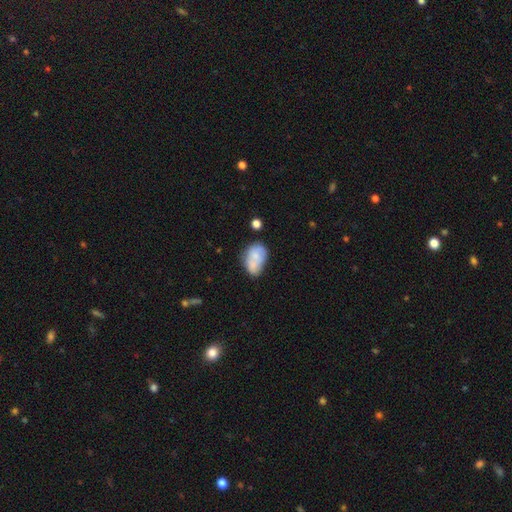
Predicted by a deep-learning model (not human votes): Smooth or featured?
  - smooth: 66% *
  - featured or disk: 26%
  - star or artifact: 7%
How rounded?
  - in between: 85% *
  - round: 13%
  - cigar-shaped: 1%
Merging?
  - none: 33% *
  - merger: 32%
  - minor disturbance: 25%
  - major disturbance: 9%